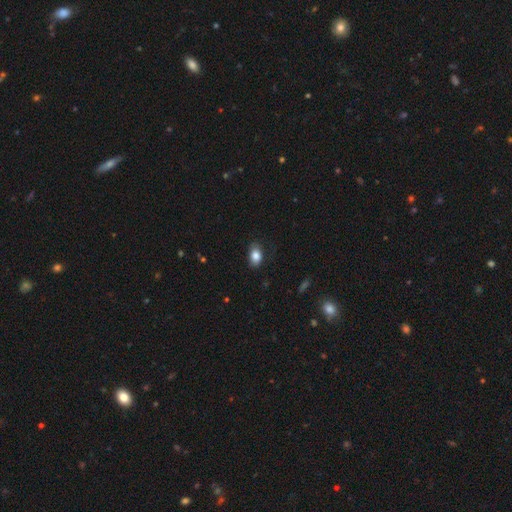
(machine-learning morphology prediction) smooth 84%, star or artifact 8%, featured or disk 8%. Down the decision tree: how rounded — in between (86%); merging — none (78%).